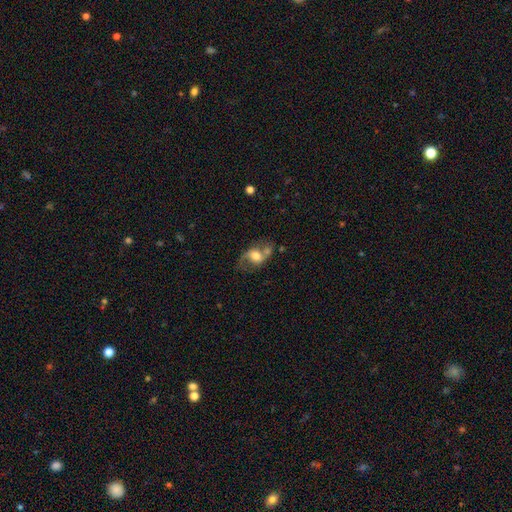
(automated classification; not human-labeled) Smooth or featured?
  - featured or disk: 60% *
  - smooth: 31%
  - star or artifact: 9%
Edge-on disk?
  - no: 94% *
  - yes: 6%
Bar?
  - no: 54% *
  - weak: 34%
  - strong: 12%
Spiral arms?
  - yes: 79% *
  - no: 21%
Bulge size?
  - moderate: 51% *
  - large: 31%
  - small: 11%
  - dominant: 4%
  - none: 2%
Merging?
  - none: 45% *
  - merger: 22%
  - minor disturbance: 19%
  - major disturbance: 13%